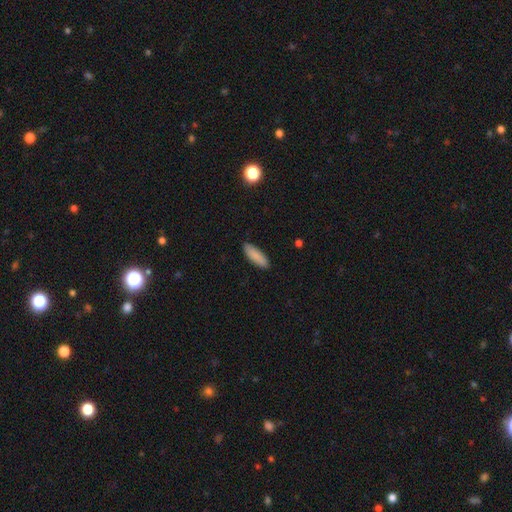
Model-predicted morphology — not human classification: Smooth or featured: smooth — 89% (star or artifact — 6%)
How rounded: in between — 56% (cigar-shaped — 42%)
Merging: none — 89% (minor disturbance — 8%)